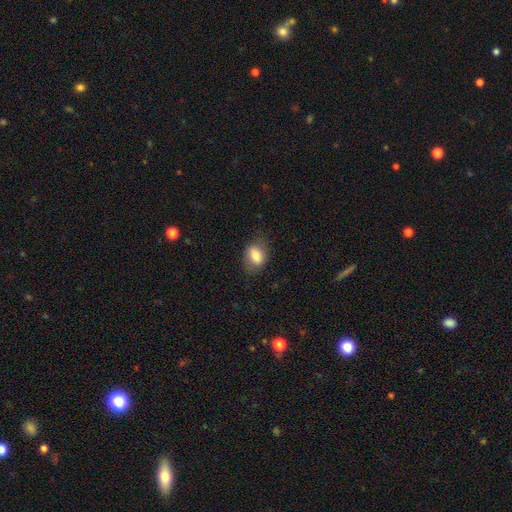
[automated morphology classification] Smooth or featured: smooth — 79% (featured or disk — 13%)
How rounded: in between — 73% (round — 25%)
Merging: none — 71% (minor disturbance — 21%)